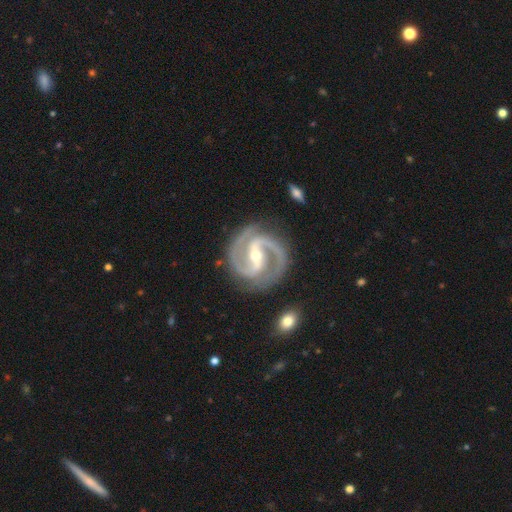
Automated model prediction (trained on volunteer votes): This is clearly a featured or disk galaxy (94%). It is clearly not viewed edge-on (98%). Bar: possibly strong (57%). Spiral arm pattern: clearly yes (99%). Spiral arm count: clearly 2 (90%). Spiral winding: possibly medium (60%). Central bulge: possibly small (50%). Merging: clearly none (82%).